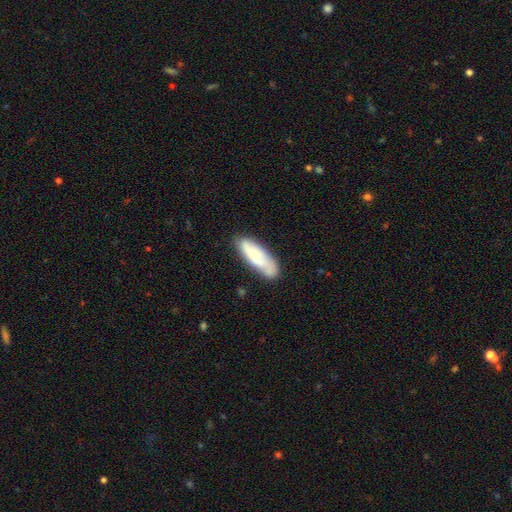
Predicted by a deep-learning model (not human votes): smooth 67%, featured or disk 27%, star or artifact 7%. Down the decision tree: how rounded — in between (53%); merging — none (68%).